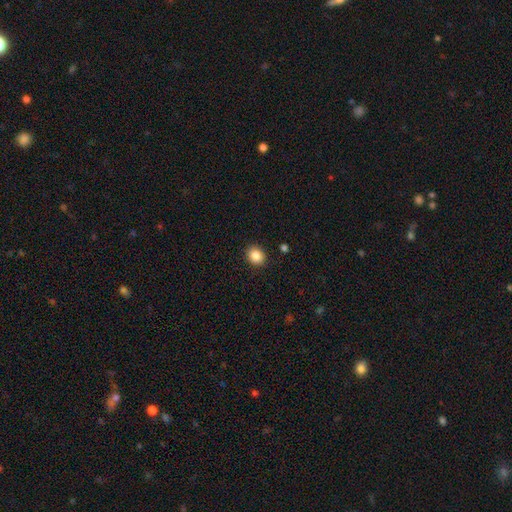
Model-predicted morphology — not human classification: A smooth galaxy with no disk features (86%) that is round (69%).

Vote fractions:
- Smooth or featured? smooth: 86% / star or artifact: 9% / featured or disk: 4%
- How rounded? round: 69% / in between: 30% / cigar-shaped: 1%
- Merging? none: 90% / minor disturbance: 7% / major disturbance: 2% / merger: 1%